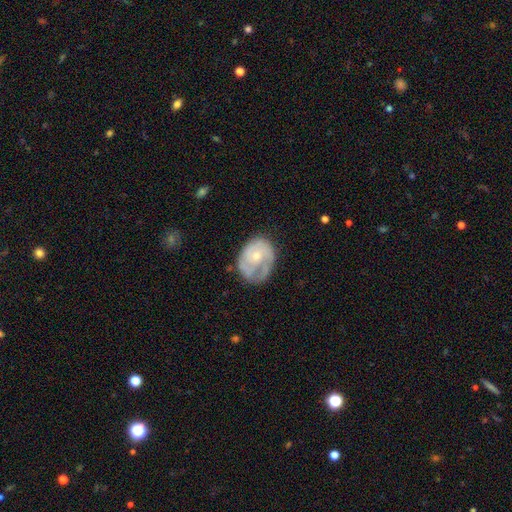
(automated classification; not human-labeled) Smooth or featured: featured or disk — 65% (smooth — 29%)
Edge-on disk: no — 97% (yes — 3%)
Bar: no — 80% (weak — 18%)
Spiral arms: yes — 77% (no — 23%)
Bulge size: small — 57% (moderate — 38%)
Merging: none — 48% (minor disturbance — 30%)